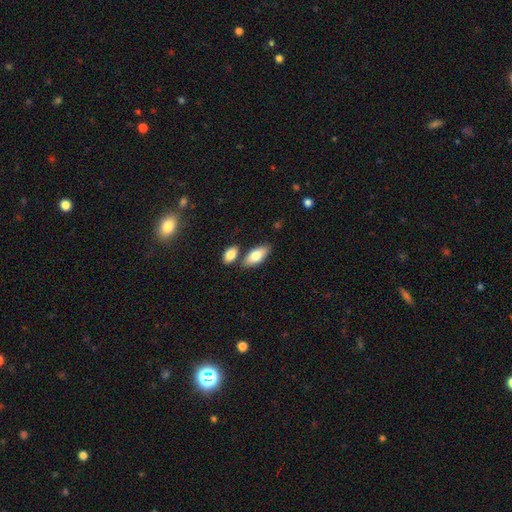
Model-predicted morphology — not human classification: The model was most divided on "merging": none: 70%, merger: 17%, minor disturbance: 11%, major disturbance: 3%. More confident: how rounded — in between (86%); smooth or featured — smooth (78%).